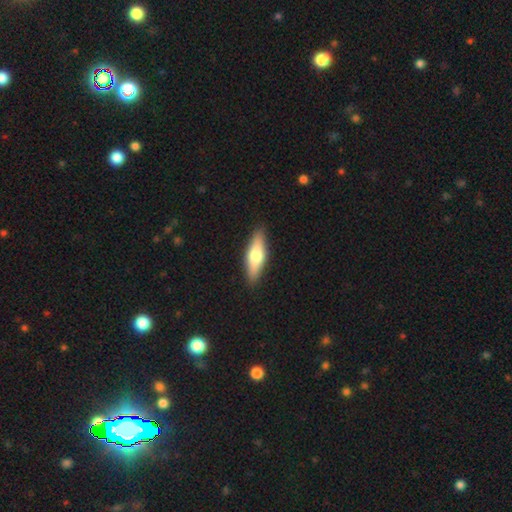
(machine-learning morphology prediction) This is possibly a smooth galaxy (59%). How rounded: possibly cigar-shaped (51%). Merging: clearly none (90%).